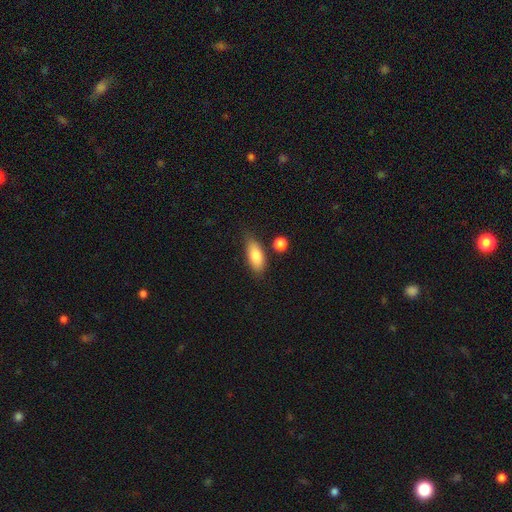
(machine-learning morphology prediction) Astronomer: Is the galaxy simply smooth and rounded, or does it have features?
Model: smooth — 80%.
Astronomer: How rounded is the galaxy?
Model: in between — 81%.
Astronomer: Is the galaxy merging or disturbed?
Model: none — 72%.